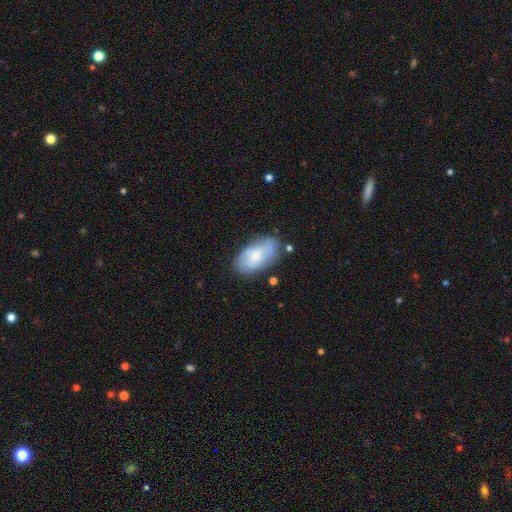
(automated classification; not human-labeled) Smooth or featured?
  - smooth: 69% *
  - featured or disk: 24%
  - star or artifact: 7%
How rounded?
  - in between: 94% *
  - cigar-shaped: 3%
  - round: 3%
Merging?
  - none: 66% *
  - minor disturbance: 23%
  - major disturbance: 6%
  - merger: 5%